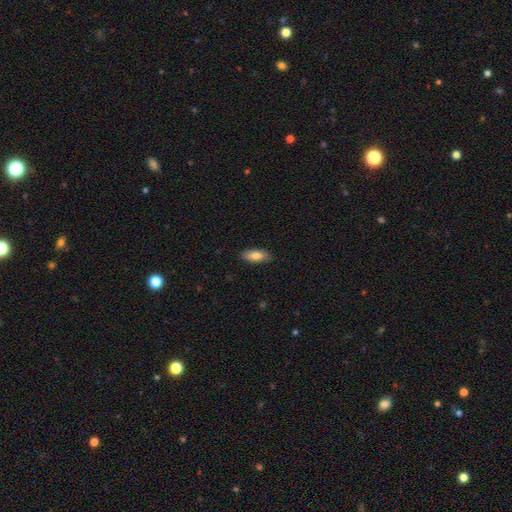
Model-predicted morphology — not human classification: Smooth or featured?
  - smooth: 79% *
  - featured or disk: 15%
  - star or artifact: 6%
How rounded?
  - in between: 82% *
  - cigar-shaped: 15%
  - round: 2%
Merging?
  - none: 86% *
  - minor disturbance: 11%
  - major disturbance: 2%
  - merger: 1%